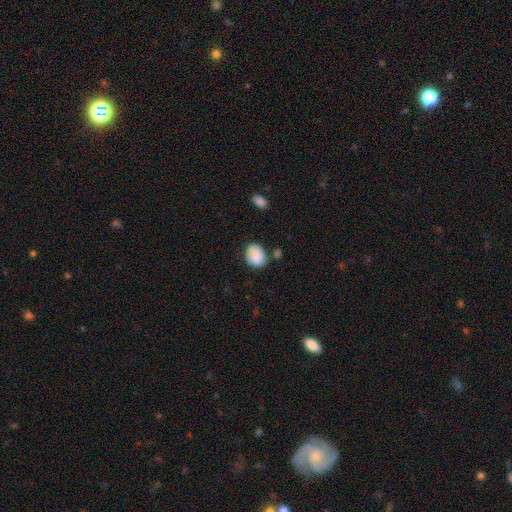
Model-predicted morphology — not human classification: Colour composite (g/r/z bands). It shows a smooth galaxy with no disk features (82%) that is in between round and cigar-shaped (54%). Merging: none (72%).